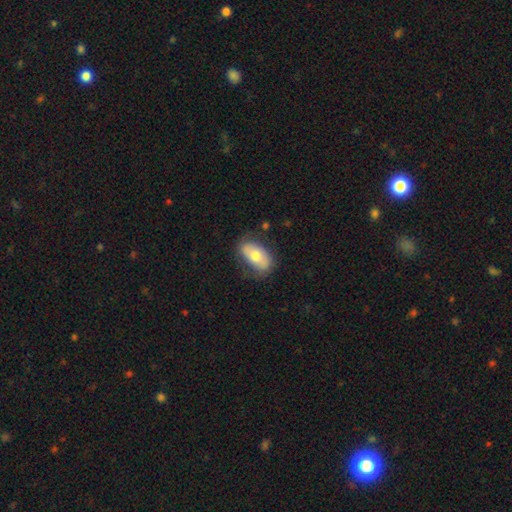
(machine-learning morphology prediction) This is likely a smooth galaxy (66%). How rounded: clearly in between (91%). Merging: likely none (72%).